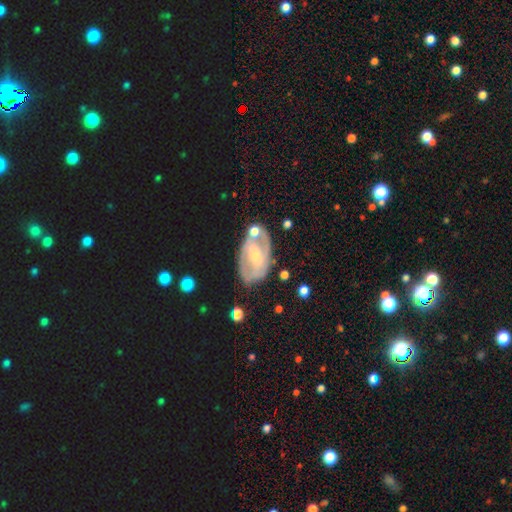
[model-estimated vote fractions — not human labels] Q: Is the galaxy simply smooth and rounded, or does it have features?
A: featured or disk — 75%.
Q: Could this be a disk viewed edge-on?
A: no — 95%.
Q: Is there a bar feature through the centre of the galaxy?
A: weak — 43%.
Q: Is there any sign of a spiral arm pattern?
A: yes — 77%.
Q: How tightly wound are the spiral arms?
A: medium — 42%.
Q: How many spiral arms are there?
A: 2 — 63%.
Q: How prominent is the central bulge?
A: small — 63%.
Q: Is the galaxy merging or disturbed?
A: none — 59%.